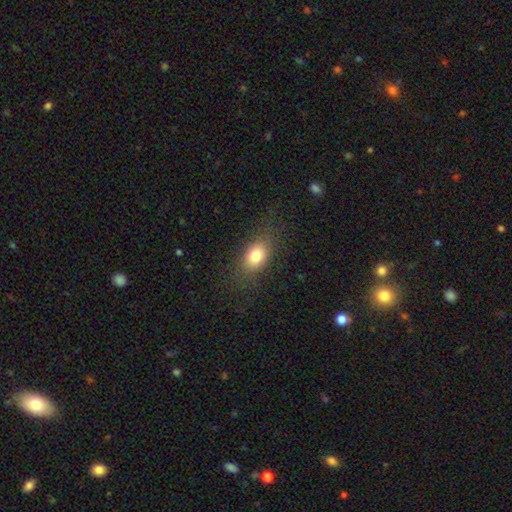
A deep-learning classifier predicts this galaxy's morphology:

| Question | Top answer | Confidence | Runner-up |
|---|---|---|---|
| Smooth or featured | smooth | 79% | featured or disk (11%) |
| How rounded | in between | 76% | round (21%) |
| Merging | none | 79% | minor disturbance (13%) |